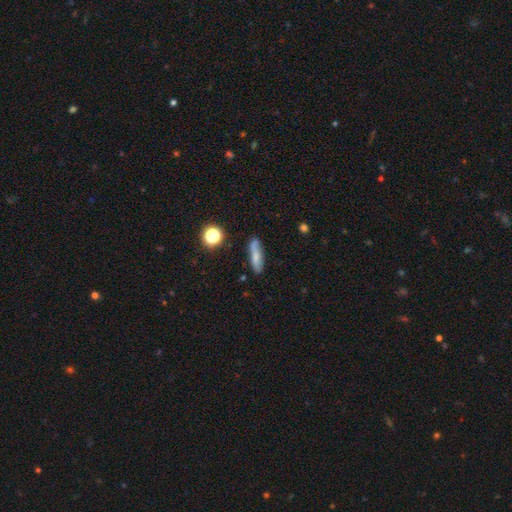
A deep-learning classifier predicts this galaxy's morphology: Smooth or featured?
  - smooth: 62% *
  - featured or disk: 27%
  - star or artifact: 10%
How rounded?
  - cigar-shaped: 63% *
  - in between: 32%
  - round: 5%
Merging?
  - none: 71% *
  - minor disturbance: 19%
  - merger: 5%
  - major disturbance: 5%